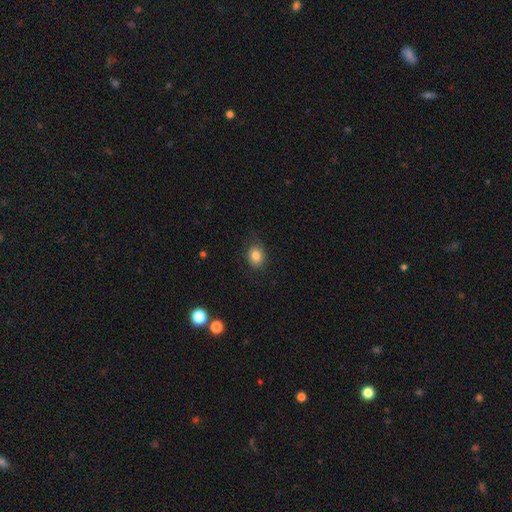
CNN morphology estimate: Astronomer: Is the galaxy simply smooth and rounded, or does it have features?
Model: smooth — 84%.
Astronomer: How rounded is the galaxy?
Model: round — 51% (runner-up: in between, 48%).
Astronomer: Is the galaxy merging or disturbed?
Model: none — 74%.